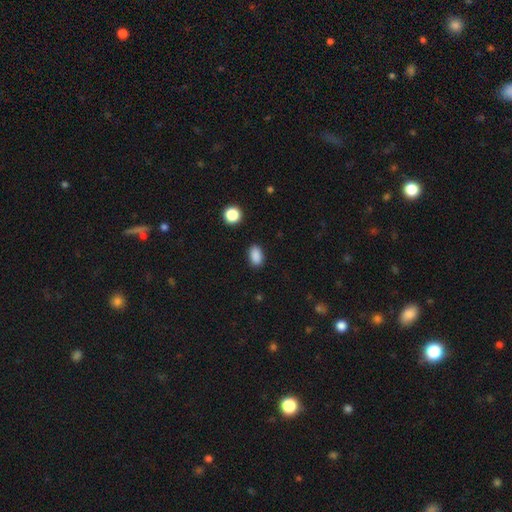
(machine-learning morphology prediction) Overall: smooth (88%). How rounded: in between (87%). Merging: none (87%).